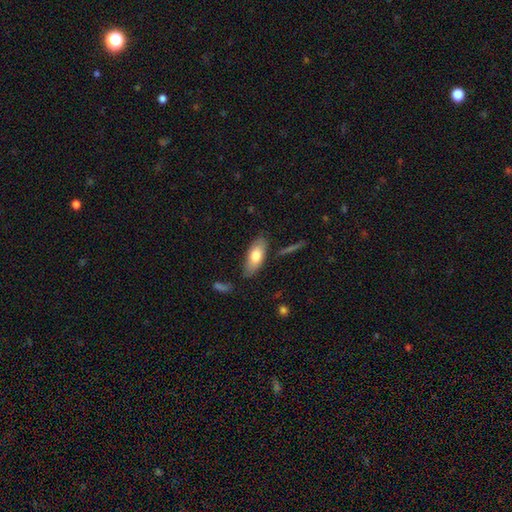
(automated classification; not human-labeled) smooth 72%, featured or disk 22%, star or artifact 6%. Down the decision tree: how rounded — in between (83%); merging — none (78%).